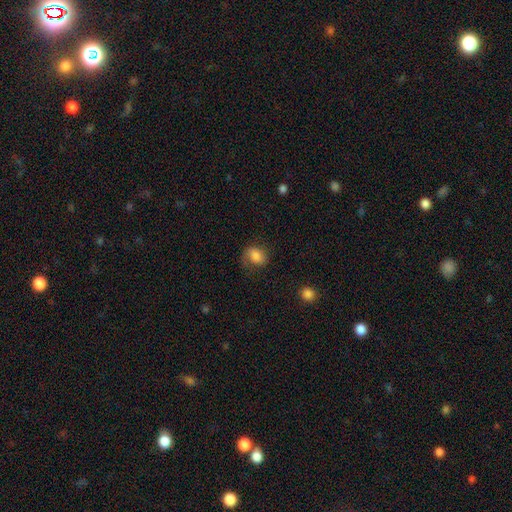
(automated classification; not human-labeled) Smooth or featured? smooth (71%)
How rounded? in between (55%)
Merging? none (55%)